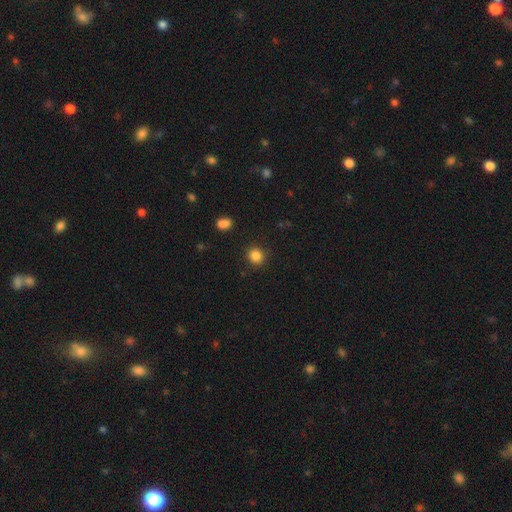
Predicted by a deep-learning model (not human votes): A smooth galaxy with no disk features (85%) that is round (85%). Merging: none (89%).